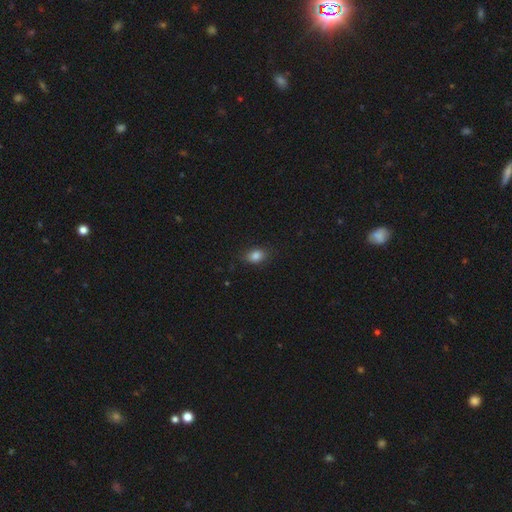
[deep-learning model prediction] Morphology: type=smooth (85%); roundness=in between (75%); merging=none (82%).